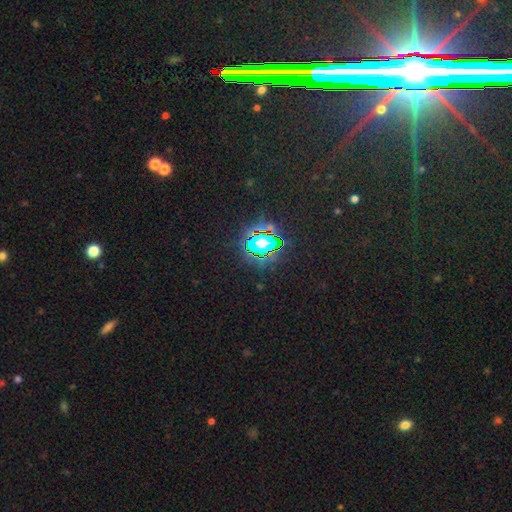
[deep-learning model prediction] Q: Smooth or featured?
A: star or artifact (79%); runner-up: smooth (13%)